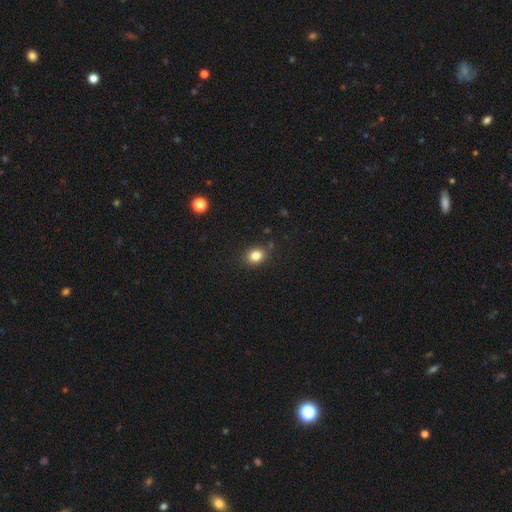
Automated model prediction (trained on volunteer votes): Smooth or featured? smooth (83%)
How rounded? round (54%)
Merging? none (85%)